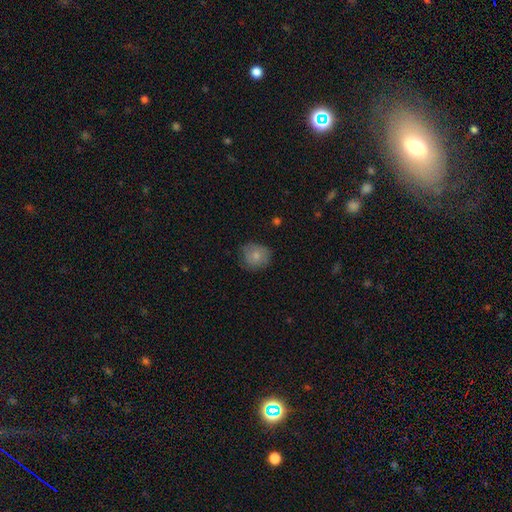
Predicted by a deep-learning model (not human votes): Morphology: type=smooth (77%); roundness=round (79%); merging=none (70%).